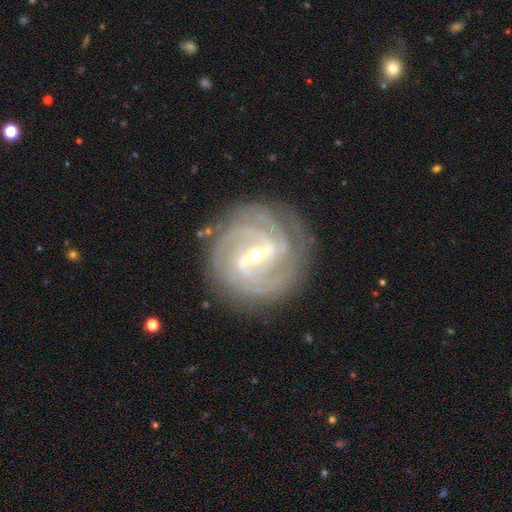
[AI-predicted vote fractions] Smooth or featured? featured or disk (92%)
Edge-on disk? no (97%)
Bar? strong (53%)
Spiral arms? yes (98%)
Spiral winding? tight (64%)
Spiral arm count? 3 (28%)
Bulge size? small (65%)
Merging? none (83%)